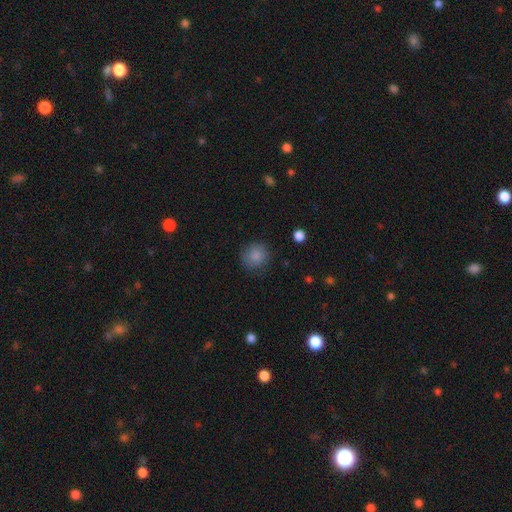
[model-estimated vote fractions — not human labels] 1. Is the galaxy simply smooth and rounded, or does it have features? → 85% smooth, 9% star or artifact, 5% featured or disk.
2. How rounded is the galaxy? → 89% round, 11% in between, 1% cigar-shaped.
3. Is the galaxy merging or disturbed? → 83% none, 12% minor disturbance, 4% major disturbance, 1% merger.